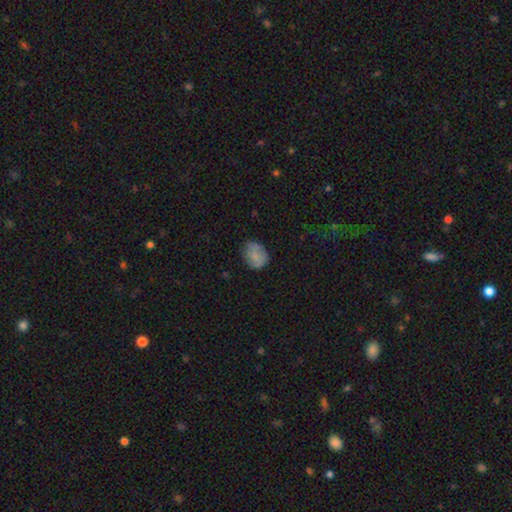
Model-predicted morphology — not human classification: The model was most divided on "how rounded": round: 53%, in between: 46%, cigar-shaped: 1%. More confident: smooth or featured — smooth (75%); merging — none (67%).